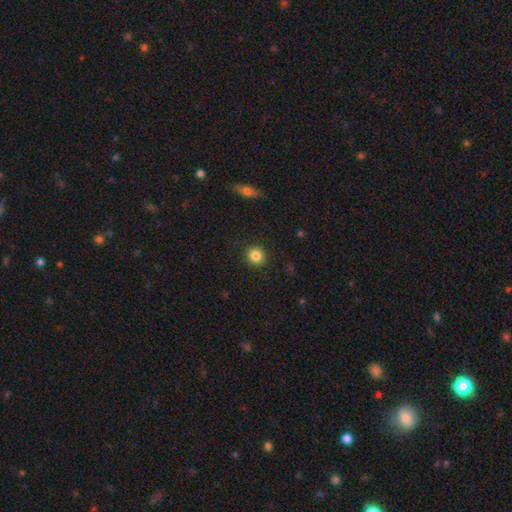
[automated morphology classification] A smooth galaxy with no disk features (84%) that is round (90%). Merging: none (91%).